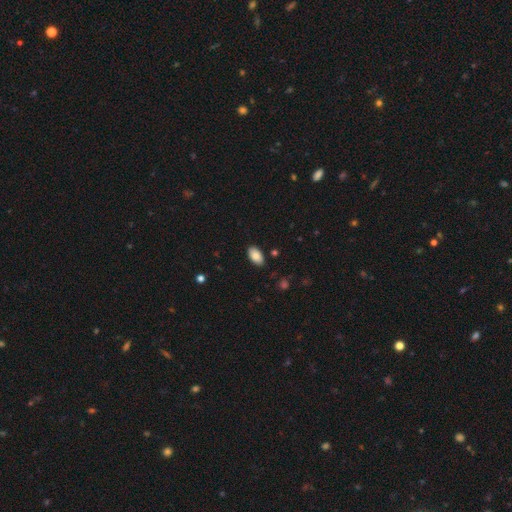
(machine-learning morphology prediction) Smooth or featured: smooth — 87% (star or artifact — 7%)
How rounded: in between — 95% (round — 4%)
Merging: none — 87% (minor disturbance — 10%)